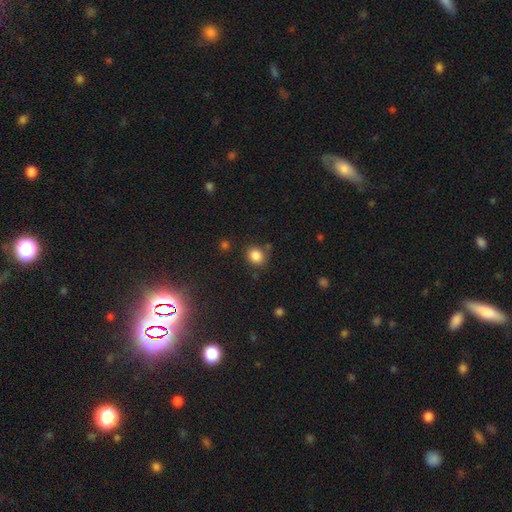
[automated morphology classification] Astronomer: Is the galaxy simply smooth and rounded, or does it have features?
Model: smooth — 84%.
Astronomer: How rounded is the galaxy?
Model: round — 79%.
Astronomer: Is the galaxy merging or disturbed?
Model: none — 78%.